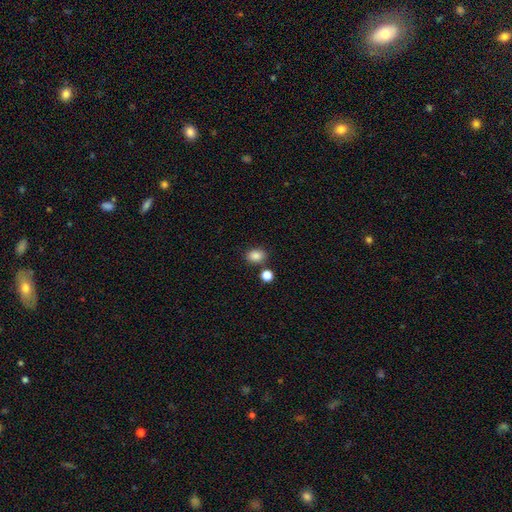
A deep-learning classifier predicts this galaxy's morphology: smooth-or-featured: smooth: 85% | star or artifact: 10% | featured or disk: 4%
  how-rounded: in between: 62% | round: 37% | cigar-shaped: 1%
  merging: none: 79% | minor disturbance: 10% | merger: 8% | major disturbance: 3%